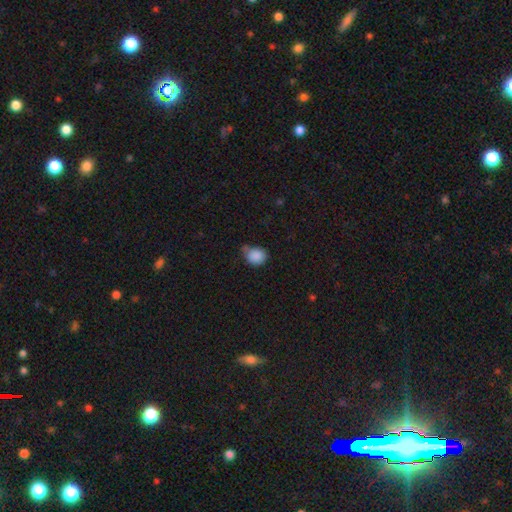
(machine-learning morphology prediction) A smooth galaxy with no disk features (87%) that is round (69%).

Vote fractions:
- Smooth or featured? smooth: 87% / star or artifact: 9% / featured or disk: 4%
- How rounded? round: 69% / in between: 30% / cigar-shaped: 1%
- Merging? none: 47% / minor disturbance: 35% / merger: 10% / major disturbance: 8%